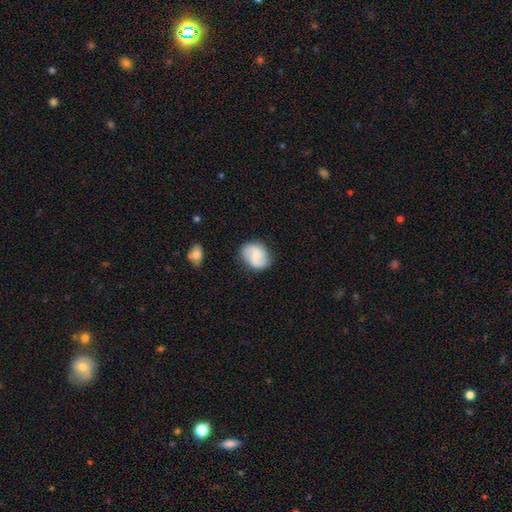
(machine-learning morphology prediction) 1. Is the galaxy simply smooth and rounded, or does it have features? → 49% smooth, 44% featured or disk, 7% star or artifact.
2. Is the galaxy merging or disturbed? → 79% none, 15% minor disturbance, 4% major disturbance, 2% merger.